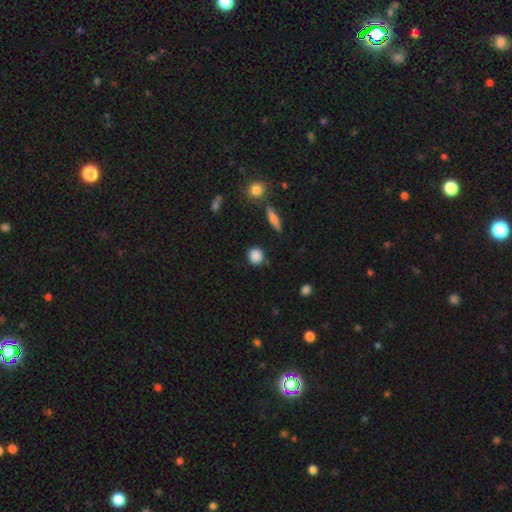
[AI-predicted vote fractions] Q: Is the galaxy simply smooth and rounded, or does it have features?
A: smooth — 86%.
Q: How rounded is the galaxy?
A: round — 87%.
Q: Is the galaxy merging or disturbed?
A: none — 84%.